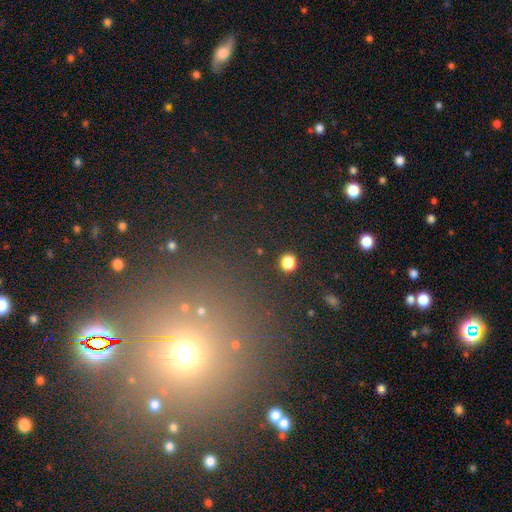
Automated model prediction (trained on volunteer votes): A star or artifact, not a galaxy (49%).